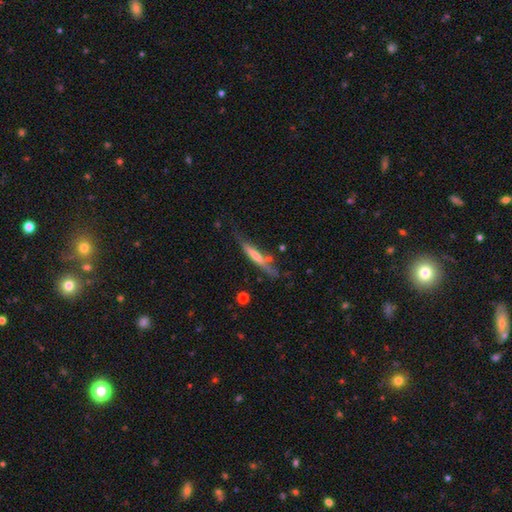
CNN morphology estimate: A featured or disk galaxy (50%). Merging: none (57%).